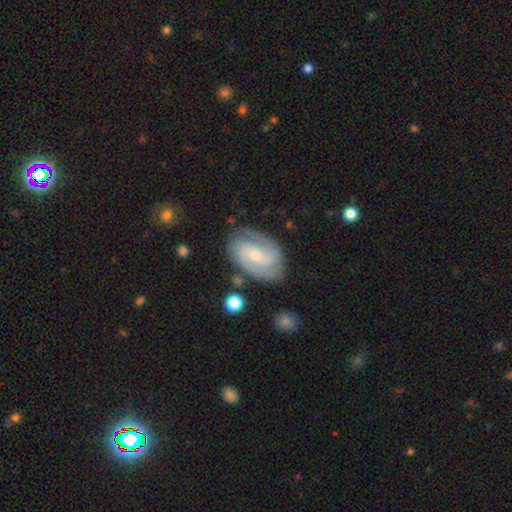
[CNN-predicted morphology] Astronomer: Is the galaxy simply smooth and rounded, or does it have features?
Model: featured or disk — 80%.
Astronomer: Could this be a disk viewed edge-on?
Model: no — 96%.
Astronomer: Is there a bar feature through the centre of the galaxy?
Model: no — 43% (runner-up: weak, 41%).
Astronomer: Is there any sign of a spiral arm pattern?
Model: yes — 94%.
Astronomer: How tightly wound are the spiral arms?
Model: tight — 44% (runner-up: medium, 43%).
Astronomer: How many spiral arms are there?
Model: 2 — 68%.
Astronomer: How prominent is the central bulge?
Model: small — 65%.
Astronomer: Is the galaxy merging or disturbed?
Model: none — 77%.